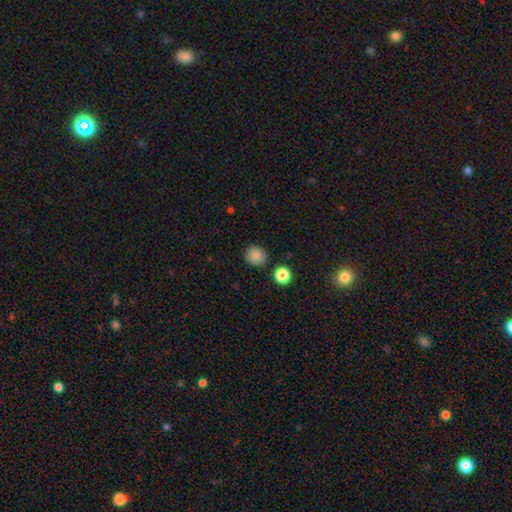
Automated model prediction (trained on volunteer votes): Morphology: type=smooth (86%); roundness=round (83%); merging=none (87%).